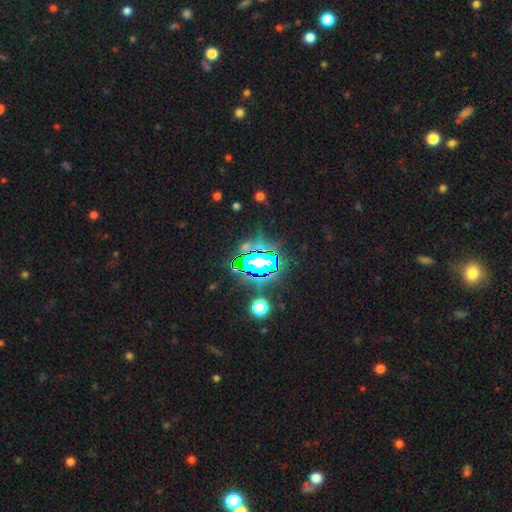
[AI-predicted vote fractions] Smooth or featured? Predicted: star or artifact (p=0.71).